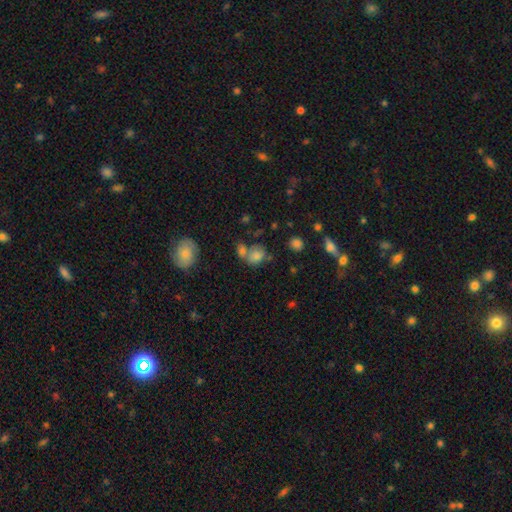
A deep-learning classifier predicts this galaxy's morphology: A smooth galaxy with no disk features (76%) that is round (53%).

Vote fractions:
- Smooth or featured? smooth: 76% / star or artifact: 13% / featured or disk: 12%
- How rounded? round: 53% / in between: 45% / cigar-shaped: 1%
- Merging? merger: 42% / none: 37% / minor disturbance: 14% / major disturbance: 7%